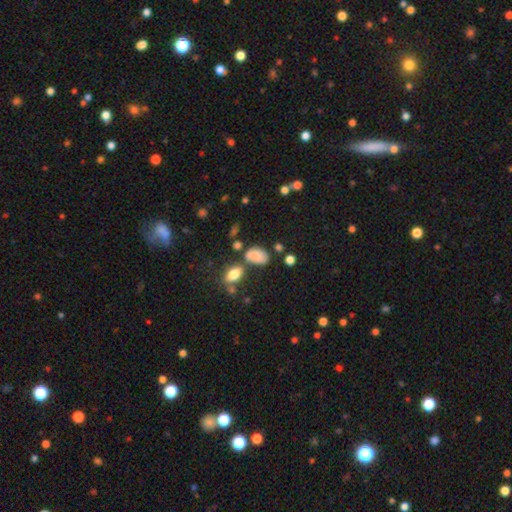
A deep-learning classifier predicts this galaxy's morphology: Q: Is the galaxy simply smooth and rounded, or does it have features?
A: smooth — 79%.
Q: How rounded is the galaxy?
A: in between — 87%.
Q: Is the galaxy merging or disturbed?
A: none — 53%.